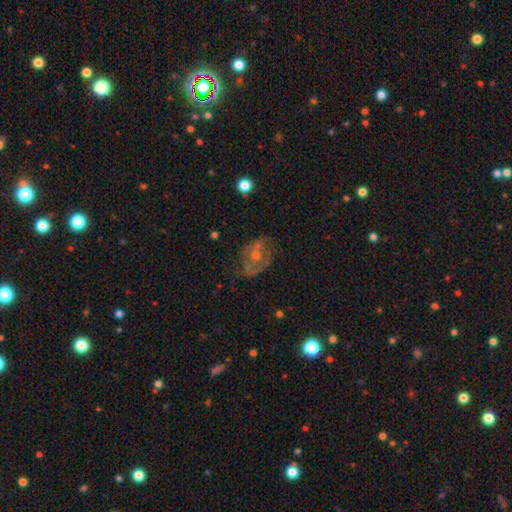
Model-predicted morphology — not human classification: Overall: featured or disk (66%). Edge-on disk: no (95%). Bar: no (70%). Spiral arms: yes (55%; no 45%). Bulge size: small (48%; moderate 47%). Merging: none (61%; minor disturbance 22%).